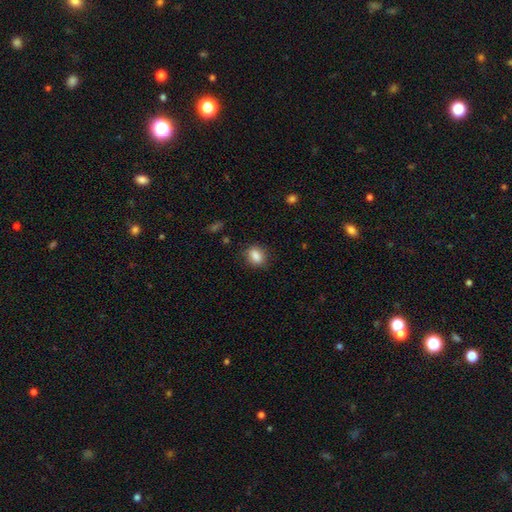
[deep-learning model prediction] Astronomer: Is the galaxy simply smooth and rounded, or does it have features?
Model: smooth — 86%.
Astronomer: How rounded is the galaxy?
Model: in between — 69%.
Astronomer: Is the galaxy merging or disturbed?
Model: none — 80%.